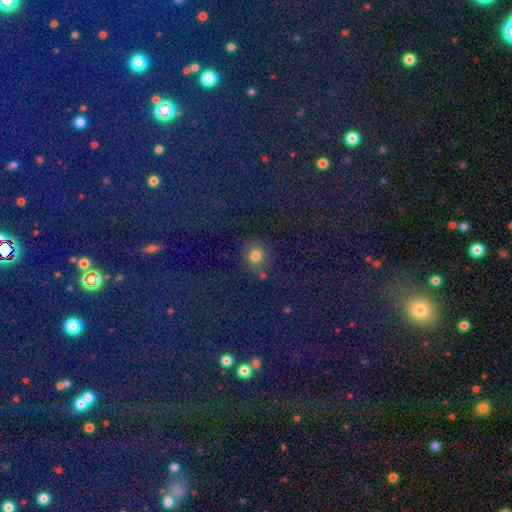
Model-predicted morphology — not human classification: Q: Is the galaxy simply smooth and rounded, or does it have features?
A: smooth — 68%.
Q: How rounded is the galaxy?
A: round — 79%.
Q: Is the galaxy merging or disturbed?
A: none — 77%.